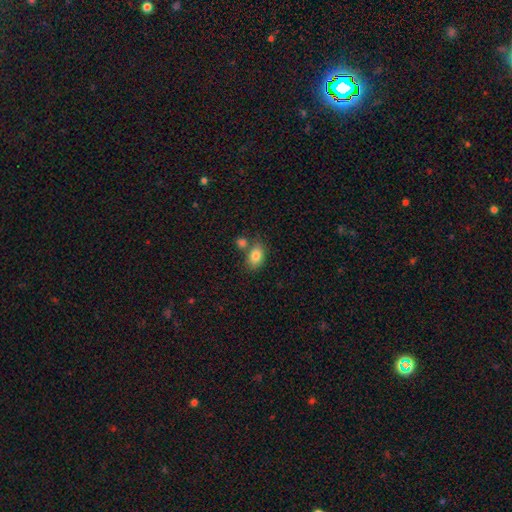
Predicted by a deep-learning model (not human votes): A smooth galaxy with no disk features (83%) that is in between round and cigar-shaped (81%). Merging: none (59%).